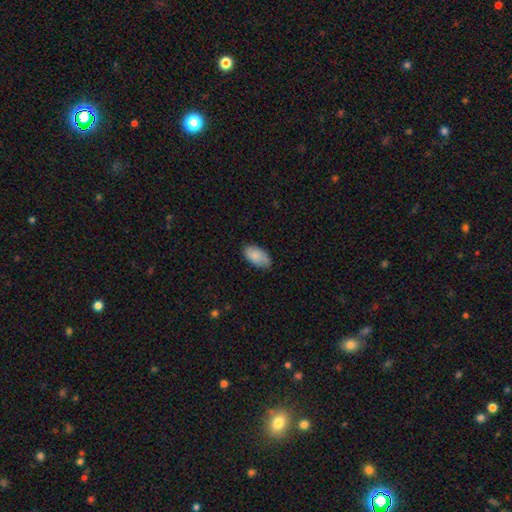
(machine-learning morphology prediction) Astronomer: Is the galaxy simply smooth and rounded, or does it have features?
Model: smooth — 82%.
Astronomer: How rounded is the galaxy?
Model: in between — 95%.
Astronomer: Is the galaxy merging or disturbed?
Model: none — 71%.